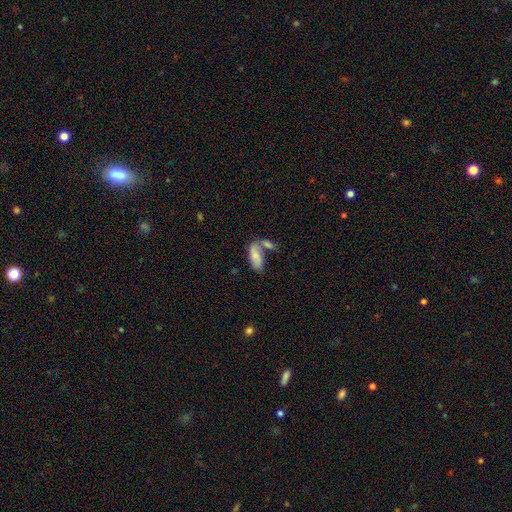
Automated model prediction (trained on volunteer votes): smooth-or-featured: smooth: 72% | featured or disk: 21% | star or artifact: 7%
  how-rounded: in between: 85% | cigar-shaped: 12% | round: 3%
  merging: merger: 50% | none: 28% | minor disturbance: 13% | major disturbance: 8%